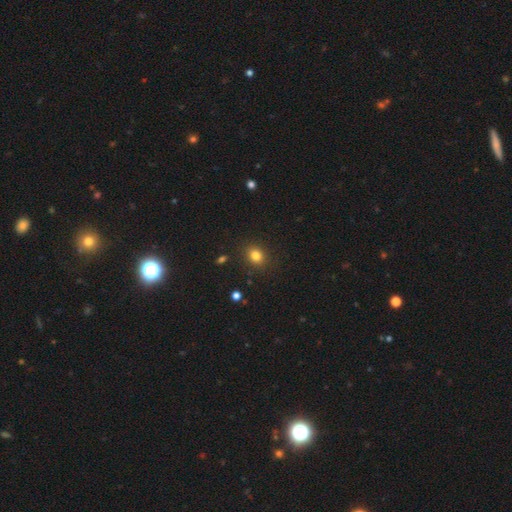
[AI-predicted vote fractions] This is clearly a smooth galaxy (82%). How rounded: possibly round (60%). Merging: clearly none (88%).